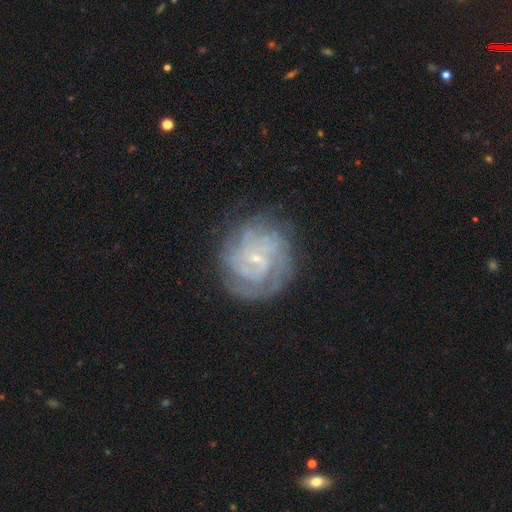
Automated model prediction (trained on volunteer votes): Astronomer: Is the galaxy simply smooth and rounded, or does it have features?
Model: featured or disk — 83%.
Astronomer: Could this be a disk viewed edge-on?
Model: no — 97%.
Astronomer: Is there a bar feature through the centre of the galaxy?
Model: no — 52% (runner-up: weak, 39%).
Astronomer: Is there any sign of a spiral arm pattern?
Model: yes — 96%.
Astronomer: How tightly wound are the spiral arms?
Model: tight — 73%.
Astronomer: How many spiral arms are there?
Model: can't tell — 30% (runner-up: 4, 20%).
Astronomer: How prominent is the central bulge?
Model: small — 81%.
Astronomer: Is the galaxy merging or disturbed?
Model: none — 79%.